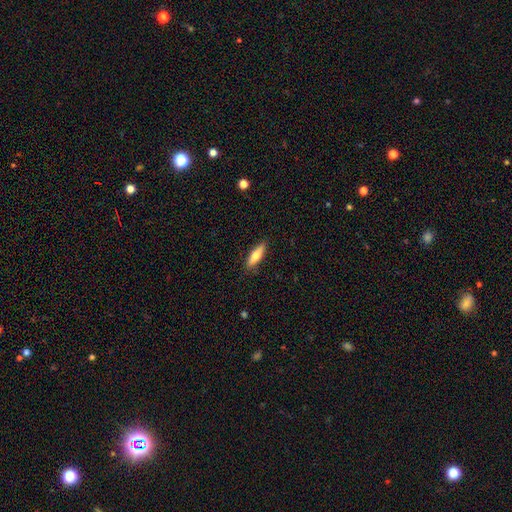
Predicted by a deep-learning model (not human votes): Smooth or featured? Predicted: smooth (p=0.67). How rounded? Predicted: cigar-shaped (p=0.58). Merging? Predicted: none (p=0.88).